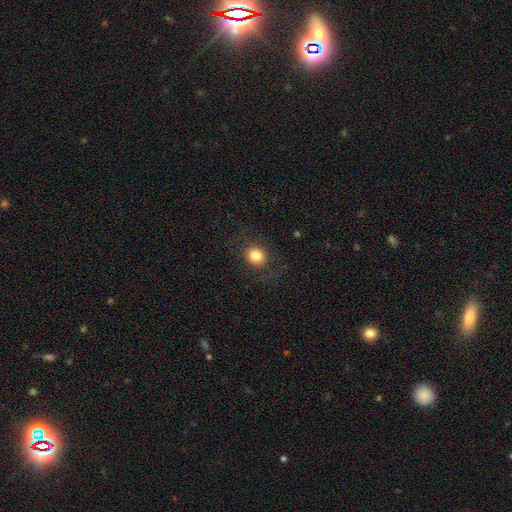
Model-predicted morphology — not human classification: type=smooth (81%); roundness=round (74%); merging=none (84%).